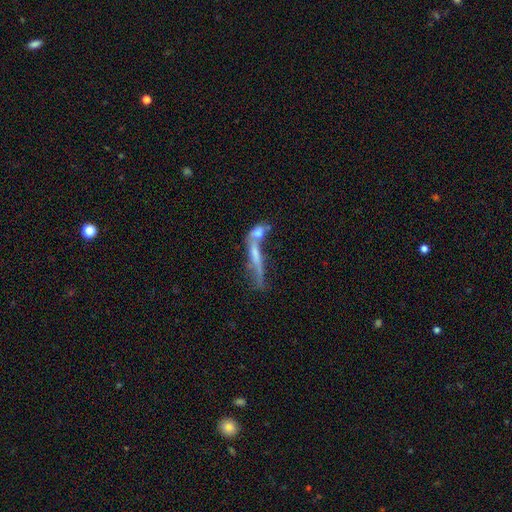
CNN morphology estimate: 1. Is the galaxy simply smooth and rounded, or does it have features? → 46% featured or disk, 43% smooth, 10% star or artifact.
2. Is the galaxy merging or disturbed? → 58% merger, 17% none, 15% major disturbance, 10% minor disturbance.